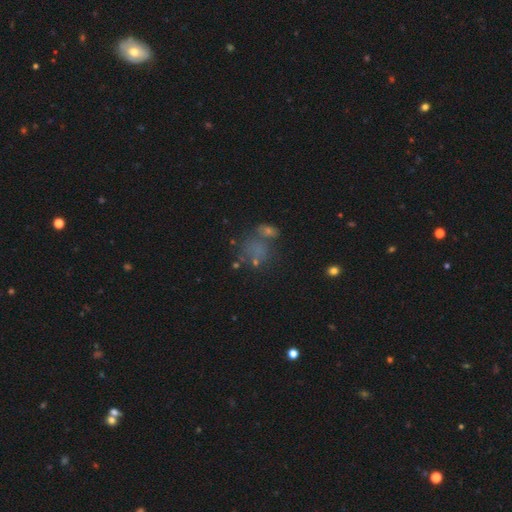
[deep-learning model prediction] Smooth or featured? smooth (45%)
Merging? none (40%)